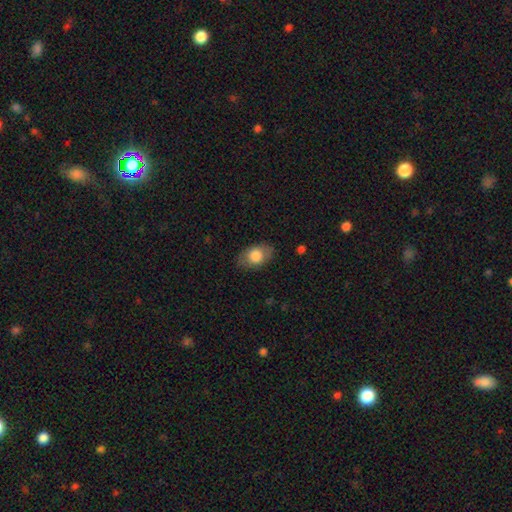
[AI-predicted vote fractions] smooth 77%, featured or disk 16%, star or artifact 7%. Down the decision tree: how rounded — in between (85%); merging — none (81%).